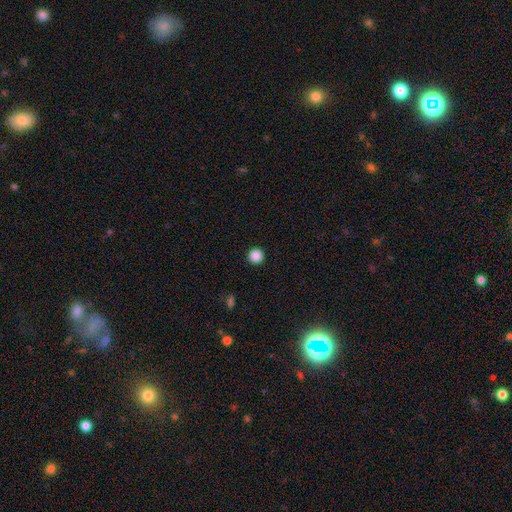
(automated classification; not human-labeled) A smooth galaxy with no disk features (87%) that is round (96%).

Vote fractions:
- Smooth or featured? smooth: 87% / star or artifact: 10% / featured or disk: 2%
- How rounded? round: 96% / in between: 3% / cigar-shaped: 1%
- Merging? none: 94% / minor disturbance: 4% / major disturbance: 1% / merger: 1%